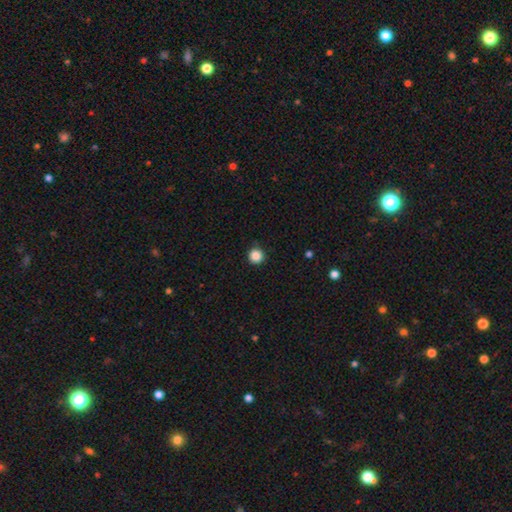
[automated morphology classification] Smooth or featured?
  - smooth: 86% *
  - star or artifact: 11%
  - featured or disk: 3%
How rounded?
  - round: 96% *
  - in between: 3%
  - cigar-shaped: 1%
Merging?
  - none: 91% *
  - minor disturbance: 6%
  - major disturbance: 2%
  - merger: 1%